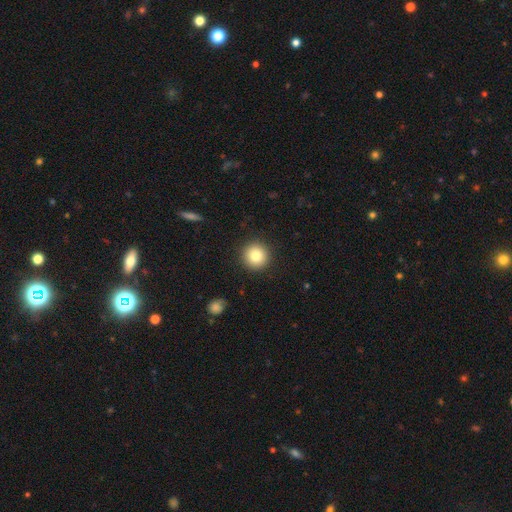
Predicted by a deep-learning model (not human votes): This is clearly a smooth galaxy (83%). How rounded: clearly round (94%). Merging: clearly none (91%).